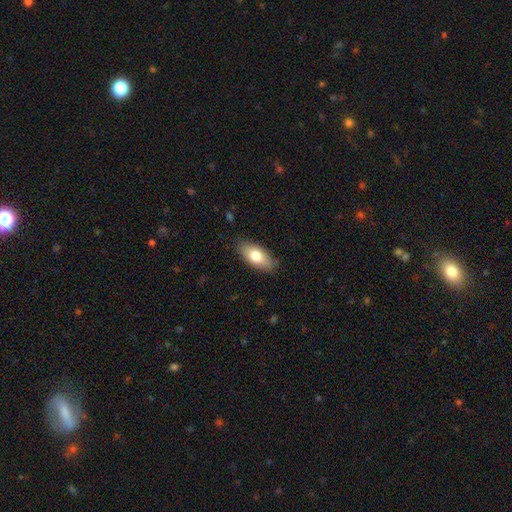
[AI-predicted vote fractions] Smooth or featured? Predicted: smooth (p=0.75). How rounded? Predicted: in between (p=0.88). Merging? Predicted: none (p=0.85).